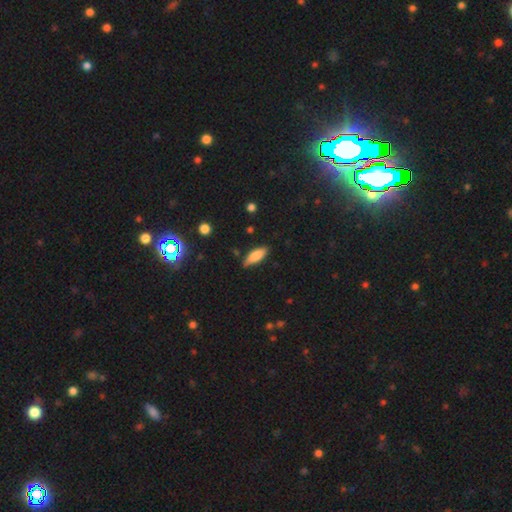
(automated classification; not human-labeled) Q: Smooth or featured?
A: smooth (80%); runner-up: featured or disk (13%)
Q: How rounded?
A: in between (67%); runner-up: cigar-shaped (31%)
Q: Merging?
A: none (78%); runner-up: minor disturbance (18%)